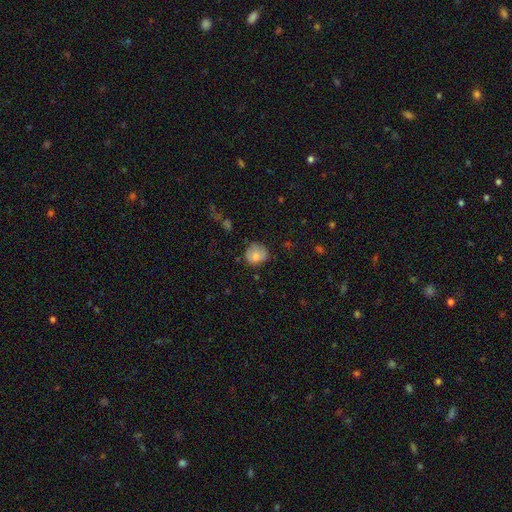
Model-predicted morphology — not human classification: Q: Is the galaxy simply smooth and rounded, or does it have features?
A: smooth — 80%.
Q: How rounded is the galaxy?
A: round — 77%.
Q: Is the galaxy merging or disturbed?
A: none — 63%.